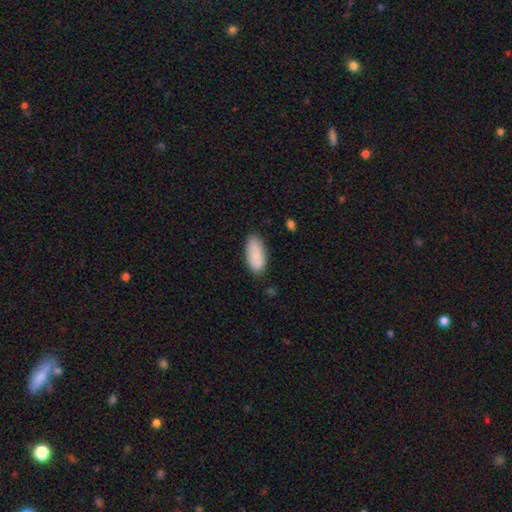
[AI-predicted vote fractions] Smooth or featured?
  - smooth: 87% *
  - featured or disk: 7%
  - star or artifact: 6%
How rounded?
  - in between: 85% *
  - cigar-shaped: 13%
  - round: 2%
Merging?
  - none: 80% *
  - minor disturbance: 15%
  - major disturbance: 3%
  - merger: 2%